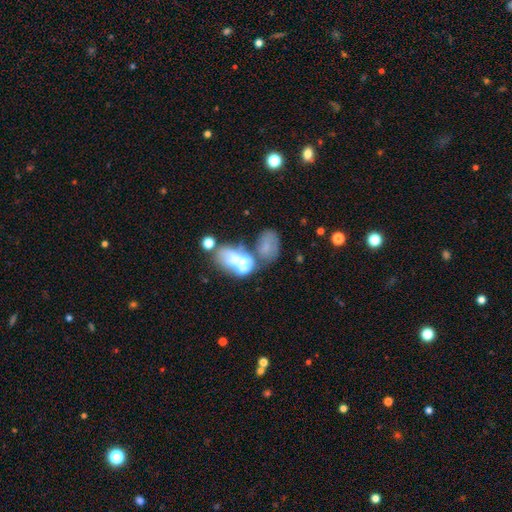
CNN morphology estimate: smooth-or-featured: smooth: 43% | featured or disk: 31% | star or artifact: 26%
  merging: merger: 40% | none: 33% | major disturbance: 13% | minor disturbance: 13%